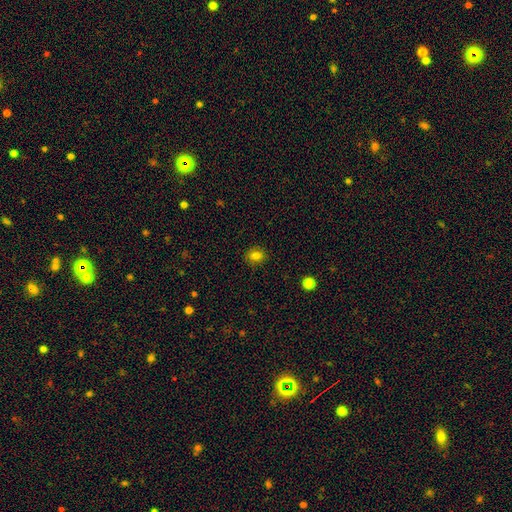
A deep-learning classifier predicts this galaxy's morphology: A smooth galaxy with no disk features (81%) that is round (68%).

Vote fractions:
- Smooth or featured? smooth: 81% / star or artifact: 13% / featured or disk: 7%
- How rounded? round: 68% / in between: 31% / cigar-shaped: 1%
- Merging? none: 88% / minor disturbance: 9% / major disturbance: 2% / merger: 1%